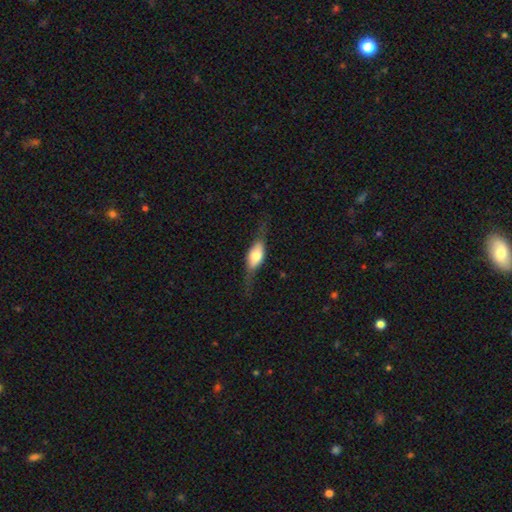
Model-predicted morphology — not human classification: Smooth or featured? featured or disk (53%)
Edge-on disk? yes (84%)
Merging? none (67%)